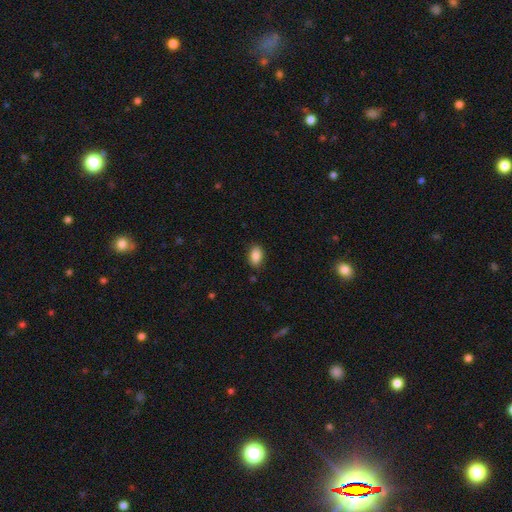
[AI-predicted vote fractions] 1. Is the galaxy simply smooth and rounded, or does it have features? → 86% smooth, 8% star or artifact, 6% featured or disk.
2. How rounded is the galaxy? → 86% in between, 13% round, 2% cigar-shaped.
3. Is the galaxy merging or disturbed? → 86% none, 10% minor disturbance, 2% major disturbance, 1% merger.